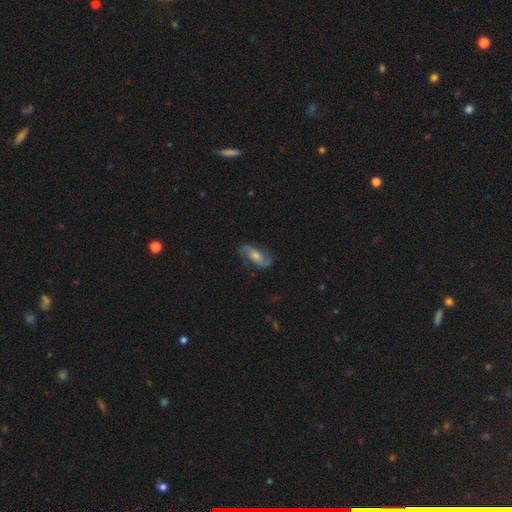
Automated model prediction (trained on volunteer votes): featured or disk 66%, smooth 26%, star or artifact 9%. Down the decision tree: edge-on disk — no (90%); bar — no (52%); spiral arms — yes (91%); spiral arm count — 2 (88%); spiral winding — loose (50%); bulge size — moderate (55%); merging — none (79%).